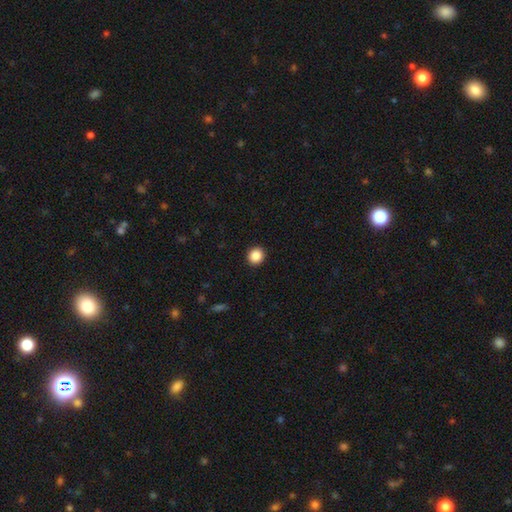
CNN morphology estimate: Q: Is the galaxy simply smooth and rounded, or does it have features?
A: smooth — 88%.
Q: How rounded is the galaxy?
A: round — 88%.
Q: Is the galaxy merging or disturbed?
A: none — 93%.